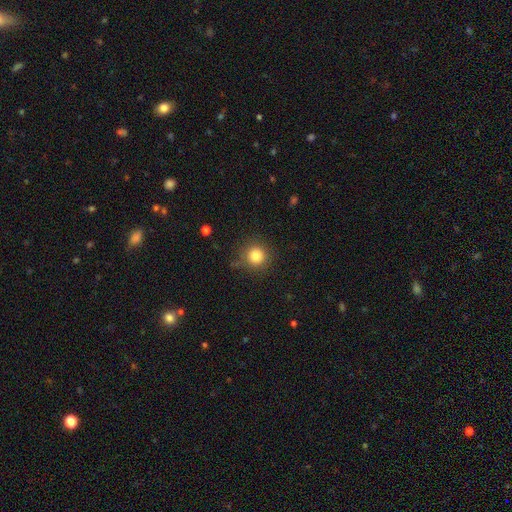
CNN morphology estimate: smooth 83%, star or artifact 11%, featured or disk 6%. Down the decision tree: how rounded — round (93%); merging — none (83%).